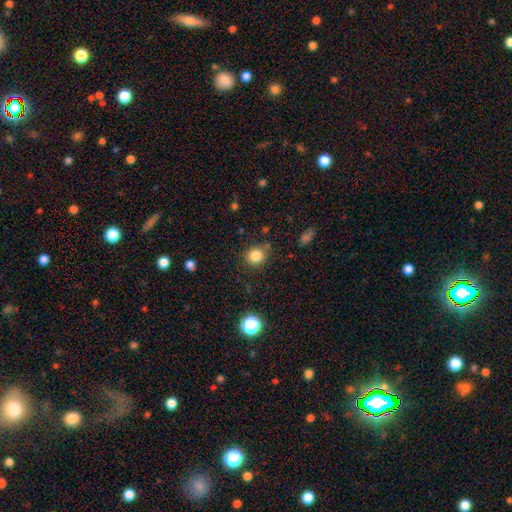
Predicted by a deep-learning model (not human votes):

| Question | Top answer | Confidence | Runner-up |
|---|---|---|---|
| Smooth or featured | smooth | 83% | star or artifact (12%) |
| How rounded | round | 84% | in between (16%) |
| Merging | none | 82% | minor disturbance (11%) |